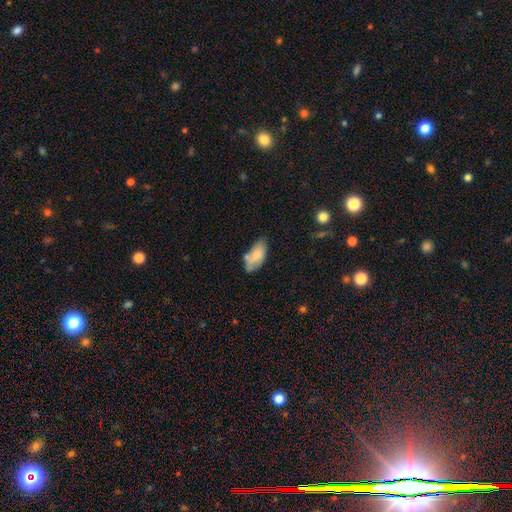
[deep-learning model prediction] This appears to be a smooth galaxy with no disk features (72%) that is in between round and cigar-shaped (92%). Merging: none (48%).